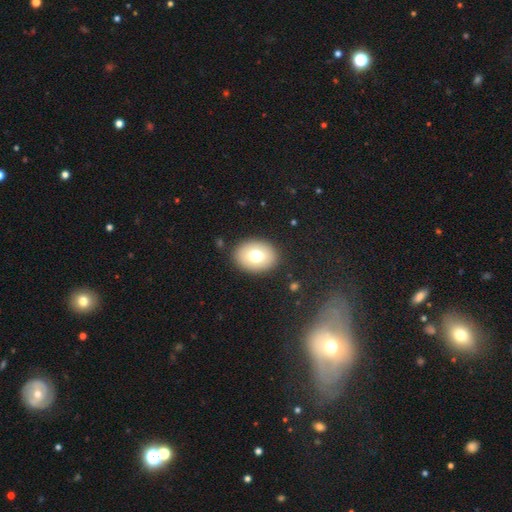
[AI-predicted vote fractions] The model was most divided on "how rounded": in between: 62%, round: 37%, cigar-shaped: 1%. More confident: merging — none (88%); smooth or featured — smooth (71%).